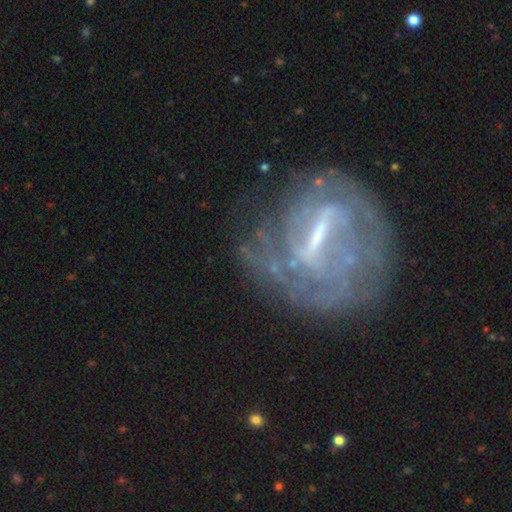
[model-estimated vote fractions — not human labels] Smooth or featured: featured or disk — 81% (smooth — 10%)
Edge-on disk: no — 93% (yes — 7%)
Bar: strong — 64% (weak — 27%)
Spiral arms: yes — 76% (no — 24%)
Spiral winding: tight — 55% (medium — 30%)
Spiral arm count: can't tell — 45% (2 — 28%)
Bulge size: small — 41% (moderate — 30%)
Merging: none — 62% (minor disturbance — 18%)